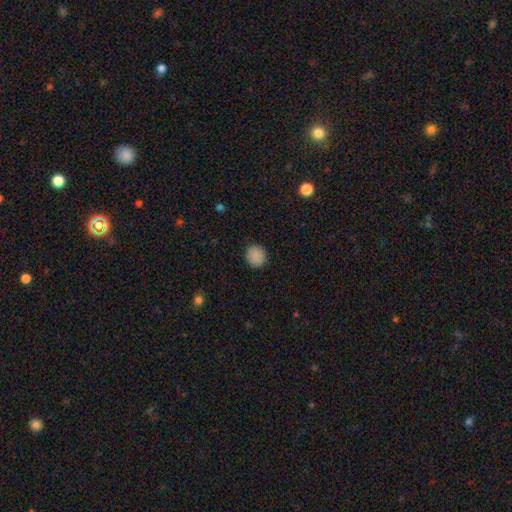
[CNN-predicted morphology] smooth 88%, star or artifact 9%, featured or disk 3%. Down the decision tree: how rounded — round (86%); merging — none (89%).